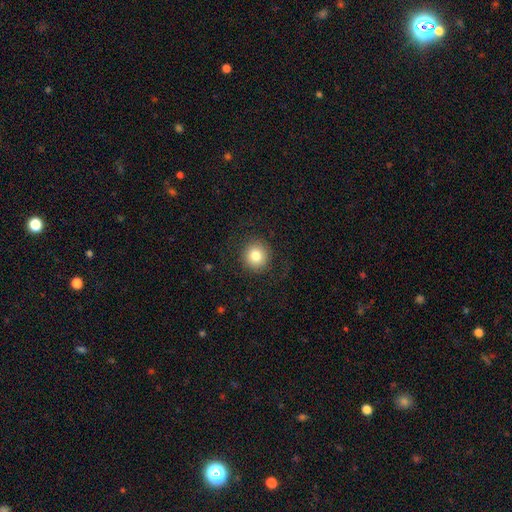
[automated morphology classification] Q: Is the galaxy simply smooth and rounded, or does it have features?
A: smooth — 79%.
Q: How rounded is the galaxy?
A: round — 93%.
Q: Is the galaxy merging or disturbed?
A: none — 86%.